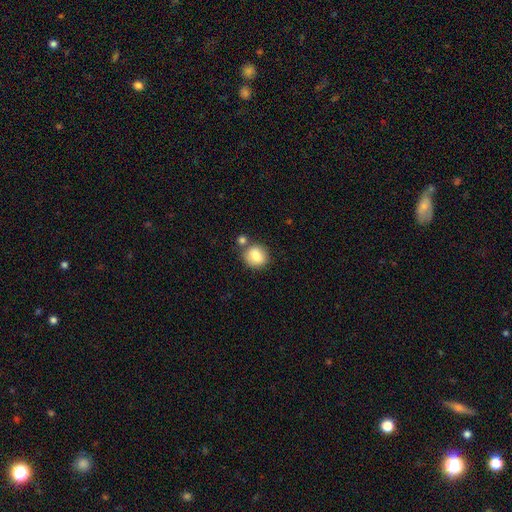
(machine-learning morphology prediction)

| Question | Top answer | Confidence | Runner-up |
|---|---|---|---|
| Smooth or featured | smooth | 82% | featured or disk (10%) |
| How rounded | round | 80% | in between (19%) |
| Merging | none | 67% | merger (18%) |